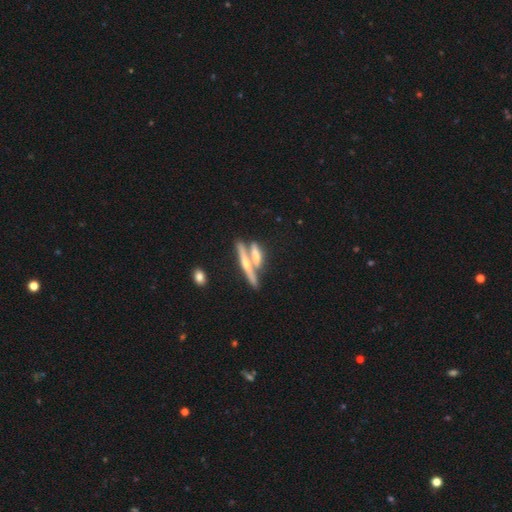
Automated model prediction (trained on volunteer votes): Q: Smooth or featured?
A: featured or disk (56%); runner-up: smooth (35%)
Q: Edge-on disk?
A: yes (87%); runner-up: no (13%)
Q: Merging?
A: none (44%); runner-up: merger (43%)